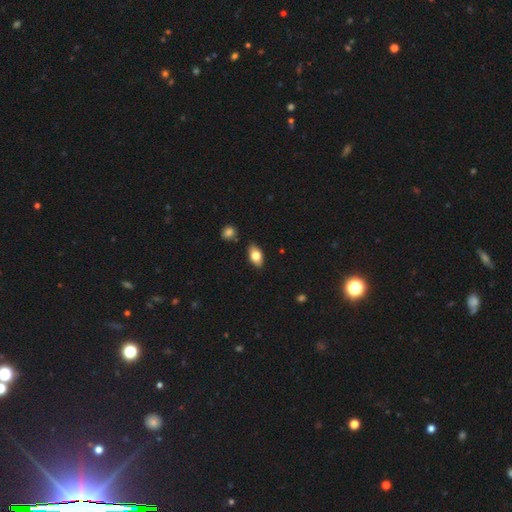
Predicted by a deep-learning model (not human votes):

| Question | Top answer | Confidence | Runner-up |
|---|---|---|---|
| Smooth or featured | smooth | 78% | featured or disk (15%) |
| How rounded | in between | 91% | round (6%) |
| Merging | none | 85% | minor disturbance (11%) |